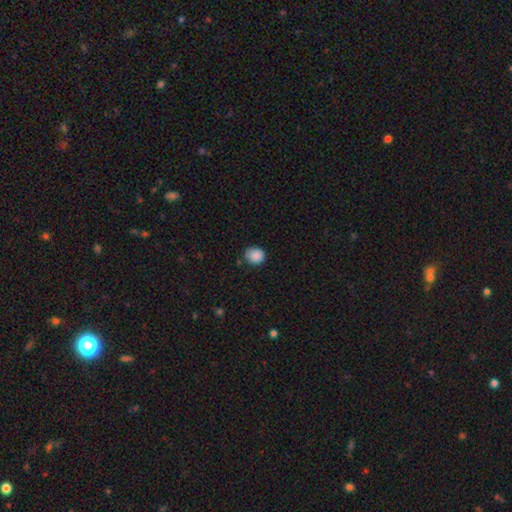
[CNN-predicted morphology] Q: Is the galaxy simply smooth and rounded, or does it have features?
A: smooth — 87%.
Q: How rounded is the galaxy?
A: round — 72%.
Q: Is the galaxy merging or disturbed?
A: none — 76%.